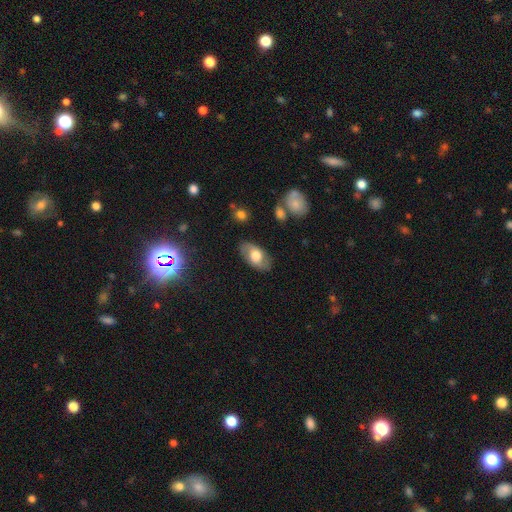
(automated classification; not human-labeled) smooth 56%, featured or disk 37%, star or artifact 7%. Down the decision tree: how rounded — in between (92%); merging — none (81%).